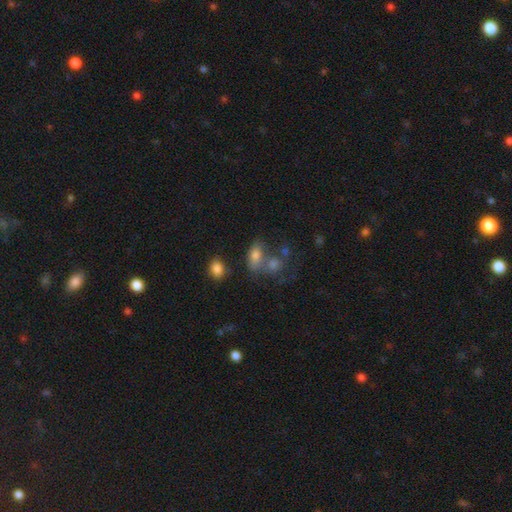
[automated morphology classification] smooth 73%, featured or disk 15%, star or artifact 13%. Down the decision tree: how rounded — in between (80%); merging — none (40%).